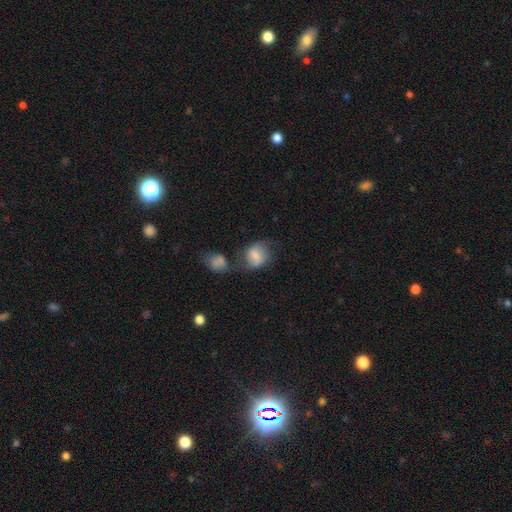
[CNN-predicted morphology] This is possibly a smooth galaxy (58%). How rounded: possibly round (56%). Merging: marginally none (39%).